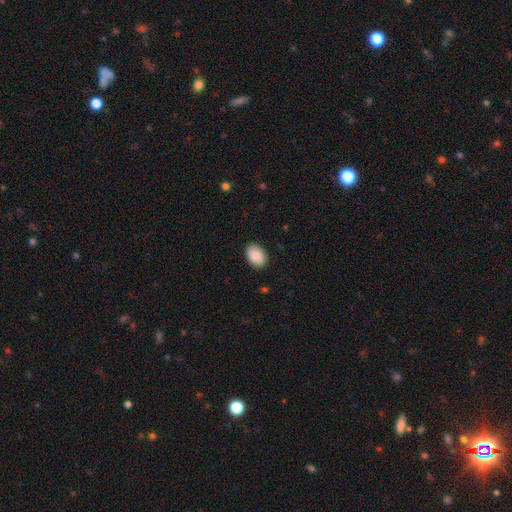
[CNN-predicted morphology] This appears to be a smooth galaxy with no disk features (88%) that is in between round and cigar-shaped (81%). Merging: none (88%).